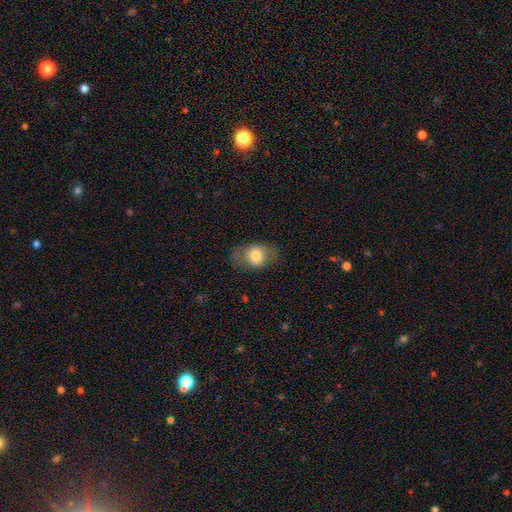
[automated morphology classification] type=smooth (71%); roundness=in between (60%); merging=none (68%).